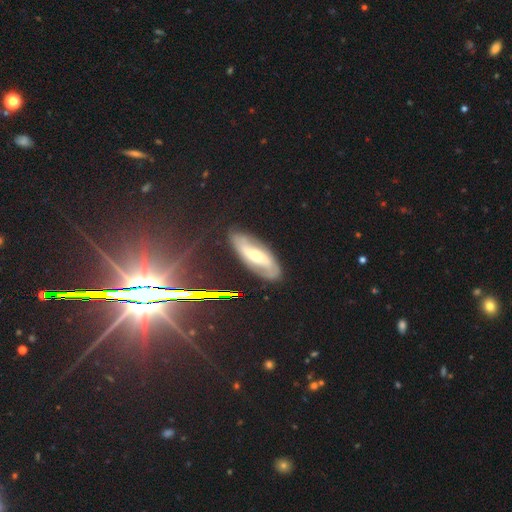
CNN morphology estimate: A featured or disk galaxy (70%) with a weak bar (39%), 2 (79%) medium (38%) spiral arms (85%) and a moderate central bulge (57%). Merging: none (81%).